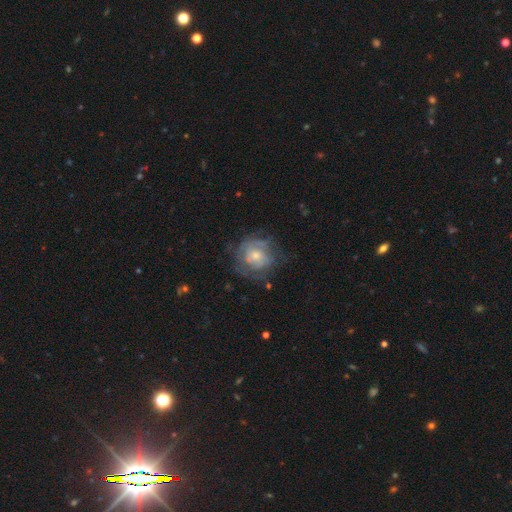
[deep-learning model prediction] A featured or disk galaxy (55%) with no bar (78%), spiral arms (57%) and a small central bulge (47%).

Vote fractions:
- Smooth or featured? featured or disk: 55% / smooth: 36% / star or artifact: 8%
- Edge-on disk? no: 97% / yes: 3%
- Bar? no: 78% / weak: 19% / strong: 3%
- Spiral arms? yes: 57% / no: 43%
- Bulge size? small: 47% / moderate: 44% / large: 5% / none: 3% / dominant: 1%
- Merging? none: 59% / minor disturbance: 22% / major disturbance: 17% / merger: 2%